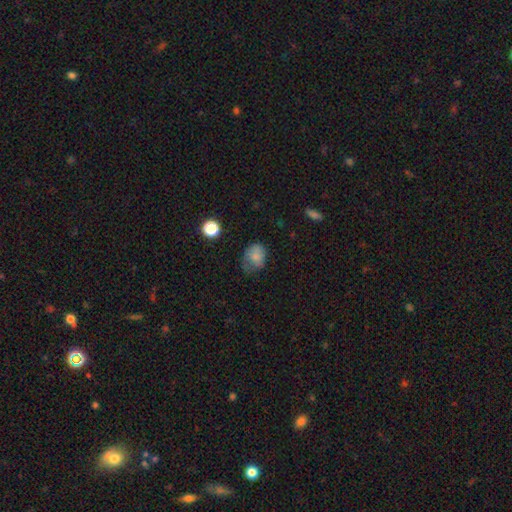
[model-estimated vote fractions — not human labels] smooth_or_featured: smooth (p=0.74) [alt: featured or disk p=0.15]
how_rounded: in between (p=0.55) [alt: round p=0.44]
merging: none (p=0.45) [alt: minor disturbance p=0.35]